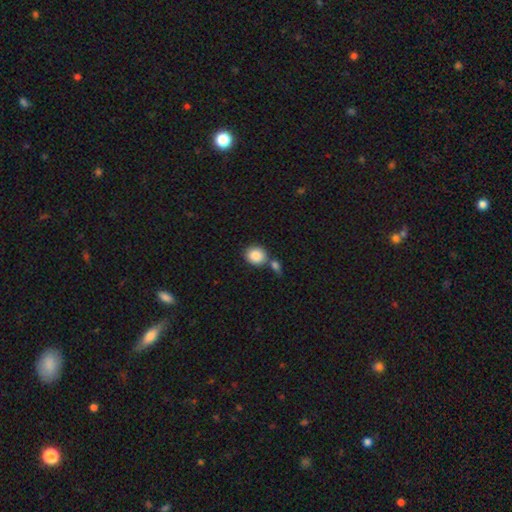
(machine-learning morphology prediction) smooth 87%, star or artifact 7%, featured or disk 6%. Down the decision tree: how rounded — round (68%); merging — none (58%).